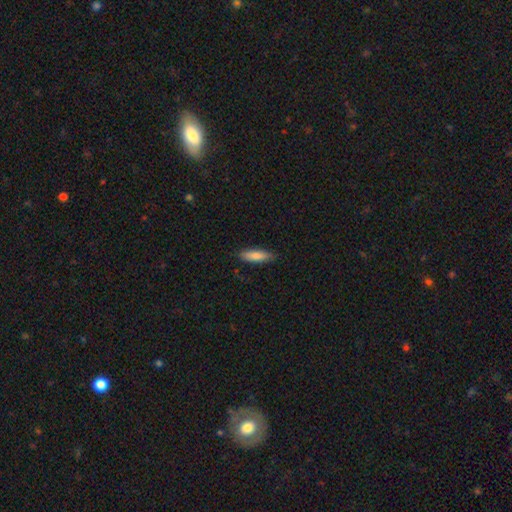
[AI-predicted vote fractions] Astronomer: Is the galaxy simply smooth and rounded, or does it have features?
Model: smooth — 81%.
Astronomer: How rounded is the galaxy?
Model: cigar-shaped — 61% (runner-up: in between, 38%).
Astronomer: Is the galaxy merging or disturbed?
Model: none — 86%.